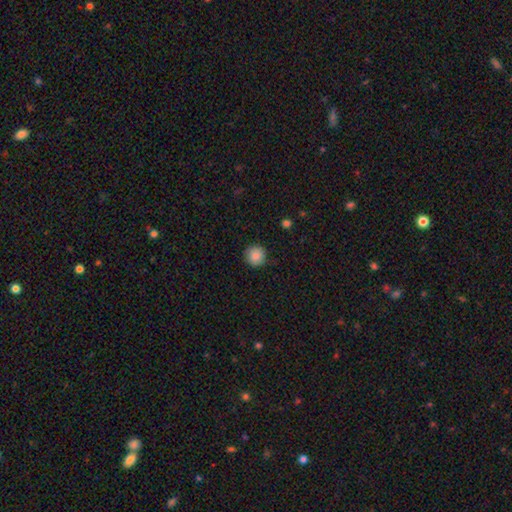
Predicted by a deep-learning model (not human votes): smooth 87%, star or artifact 9%, featured or disk 4%. Down the decision tree: how rounded — round (95%); merging — none (90%).